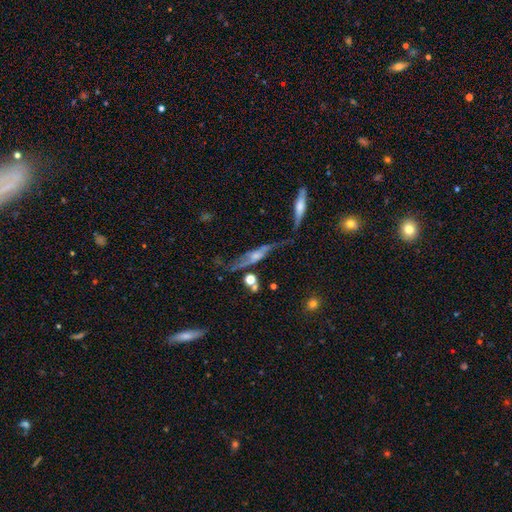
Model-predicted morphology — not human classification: Smooth or featured? featured or disk (72%)
Edge-on disk? yes (63%)
Merging? none (46%)